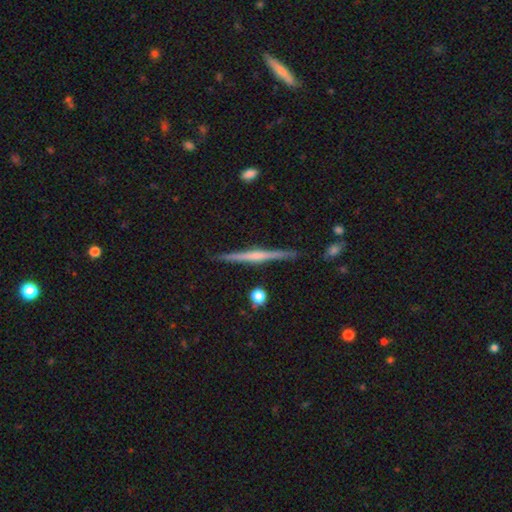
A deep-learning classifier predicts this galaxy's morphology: Smooth or featured?
  - featured or disk: 79% *
  - smooth: 14%
  - star or artifact: 7%
Edge-on disk?
  - yes: 98% *
  - no: 2%
Edge-on bulge?
  - rounded: 70% *
  - none: 19%
  - boxy: 12%
Merging?
  - none: 90% *
  - minor disturbance: 7%
  - merger: 2%
  - major disturbance: 2%